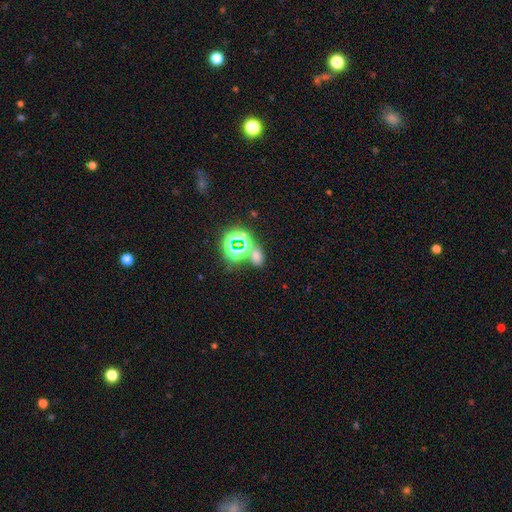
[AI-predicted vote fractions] The model was most divided on "smooth or featured": smooth: 49%, star or artifact: 43%, featured or disk: 8%. More confident: merging — none (62%).